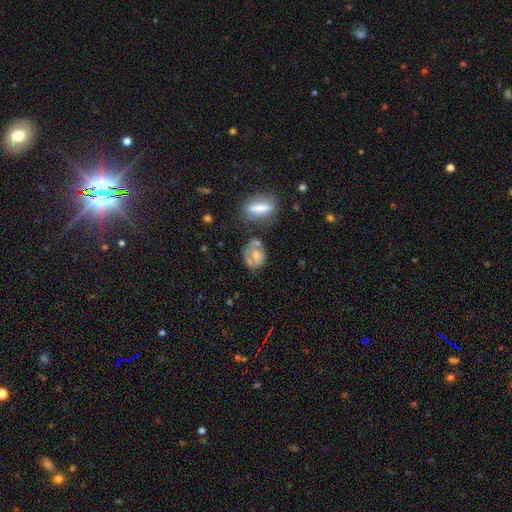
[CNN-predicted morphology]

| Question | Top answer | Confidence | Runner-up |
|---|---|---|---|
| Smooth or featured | smooth | 47% | featured or disk (44%) |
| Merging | none | 41% | minor disturbance (23%) |